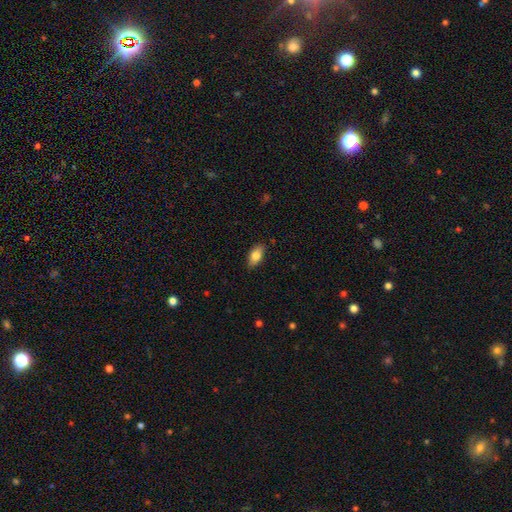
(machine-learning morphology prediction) smooth-or-featured: smooth: 80% | featured or disk: 13% | star or artifact: 7%
  how-rounded: in between: 90% | cigar-shaped: 6% | round: 4%
  merging: none: 86% | minor disturbance: 11% | major disturbance: 2% | merger: 1%